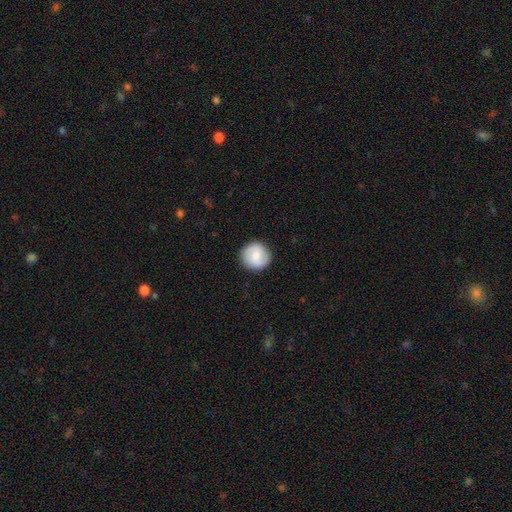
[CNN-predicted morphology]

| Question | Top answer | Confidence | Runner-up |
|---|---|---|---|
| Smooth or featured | smooth | 75% | featured or disk (18%) |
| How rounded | round | 94% | in between (5%) |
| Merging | none | 90% | minor disturbance (7%) |